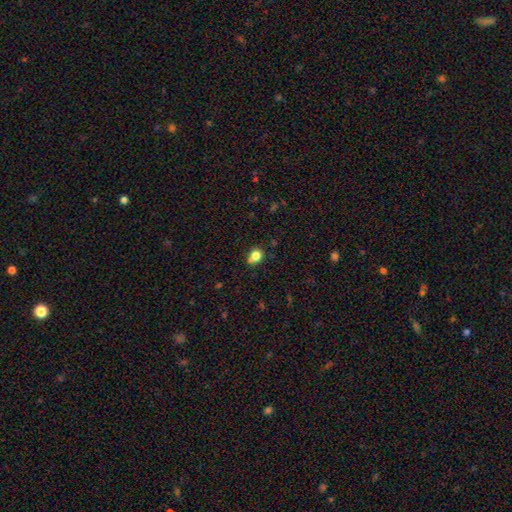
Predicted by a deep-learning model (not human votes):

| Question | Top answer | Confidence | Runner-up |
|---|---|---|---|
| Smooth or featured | smooth | 80% | star or artifact (11%) |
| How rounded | round | 63% | in between (36%) |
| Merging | none | 60% | minor disturbance (22%) |